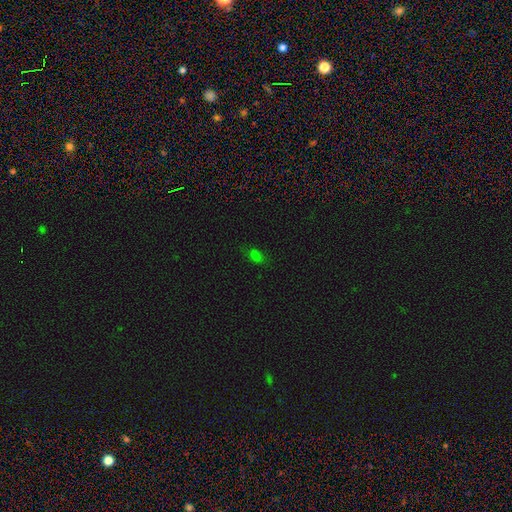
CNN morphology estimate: Smooth or featured: smooth — 70% (star or artifact — 24%)
How rounded: in between — 83% (round — 13%)
Merging: none — 75% (minor disturbance — 18%)